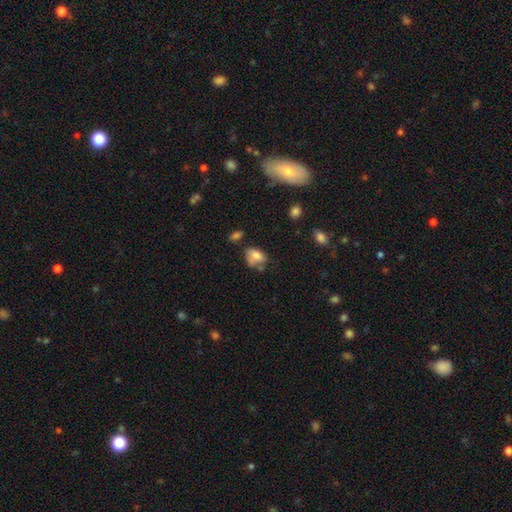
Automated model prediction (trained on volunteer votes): Smooth or featured?
  - smooth: 76% *
  - featured or disk: 14%
  - star or artifact: 10%
How rounded?
  - in between: 76% *
  - round: 22%
  - cigar-shaped: 1%
Merging?
  - none: 36% *
  - minor disturbance: 31%
  - merger: 17%
  - major disturbance: 16%